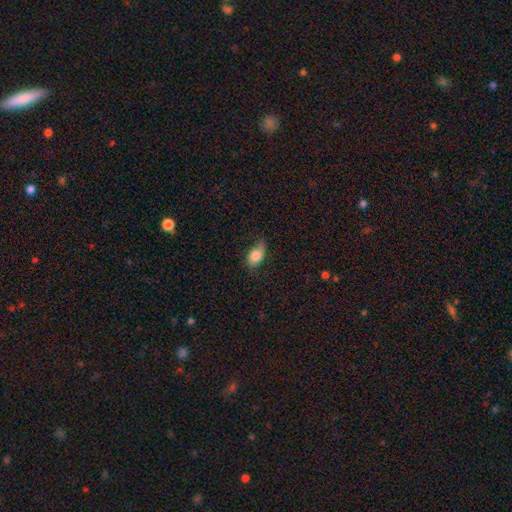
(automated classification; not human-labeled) Smooth or featured? Predicted: smooth (p=0.77). How rounded? Predicted: in between (p=0.86). Merging? Predicted: none (p=0.57).